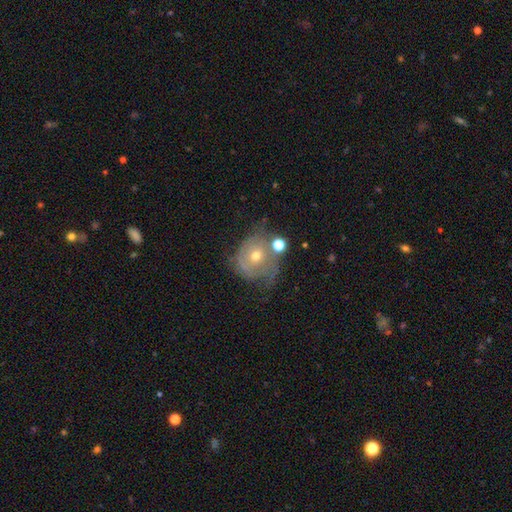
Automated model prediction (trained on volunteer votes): smooth-or-featured: featured or disk: 62% | smooth: 27% | star or artifact: 11%
  disk-edge-on: no: 96% | yes: 4%
    bar: no: 81% | weak: 16% | strong: 3%
    has-spiral-arms: yes: 68% | no: 32%
    bulge-size: moderate: 53% | small: 43% | large: 2% | none: 1% | dominant: 1%
  merging: none: 42% | minor disturbance: 25% | major disturbance: 19% | merger: 14%